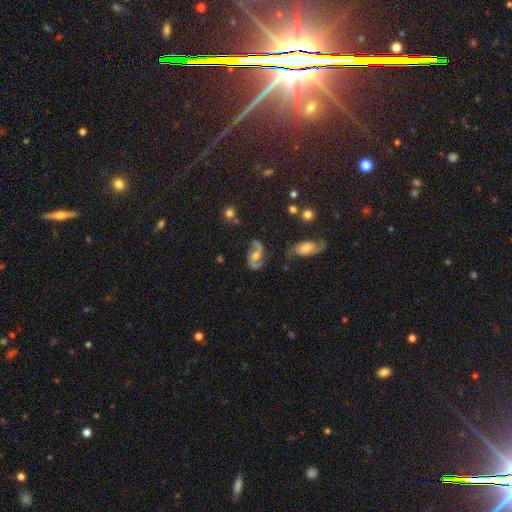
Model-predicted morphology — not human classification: This is clearly a featured or disk galaxy (88%). It is clearly not viewed edge-on (97%). Bar: possibly no (50%). Spiral arm pattern: clearly yes (96%). Spiral arm count: clearly 2 (93%). Spiral winding: possibly loose (55%). Central bulge: likely moderate (61%). Merging: likely none (68%).